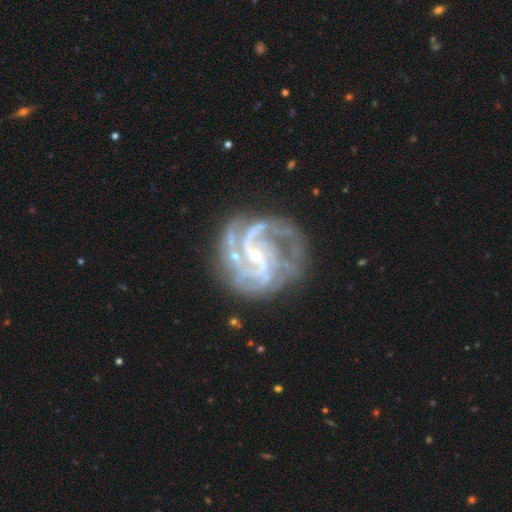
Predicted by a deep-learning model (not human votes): Smooth or featured? featured or disk (91%)
Edge-on disk? no (98%)
Bar? weak (41%)
Spiral arms? yes (98%)
Spiral winding? medium (51%)
Spiral arm count? 3 (33%)
Bulge size? small (78%)
Merging? none (65%)